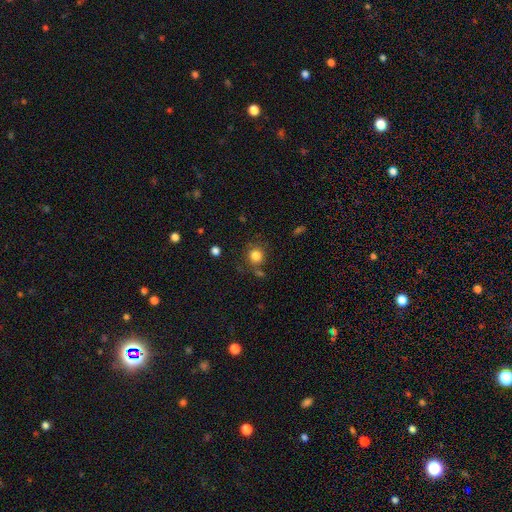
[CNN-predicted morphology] Smooth or featured?
  - smooth: 82% *
  - star or artifact: 12%
  - featured or disk: 7%
How rounded?
  - round: 89% *
  - in between: 10%
  - cigar-shaped: 1%
Merging?
  - none: 75% *
  - minor disturbance: 13%
  - merger: 8%
  - major disturbance: 5%